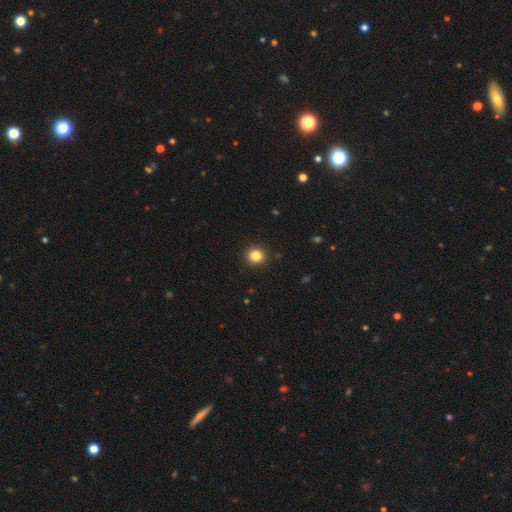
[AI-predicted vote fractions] Smooth or featured? smooth (83%)
How rounded? round (92%)
Merging? none (92%)